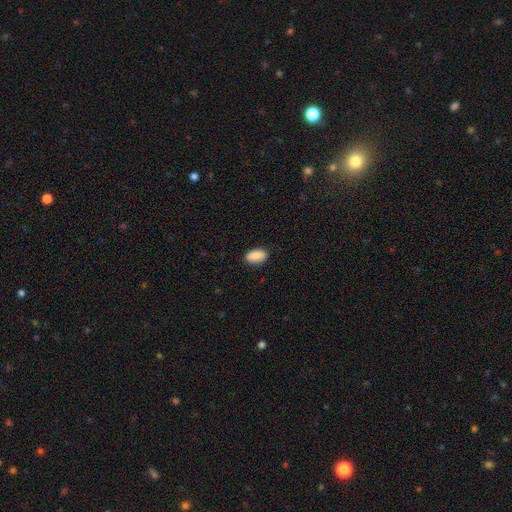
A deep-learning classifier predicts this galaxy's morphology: The model was most divided on "merging": none: 87%, minor disturbance: 10%, major disturbance: 2%, merger: 1%. More confident: how rounded — in between (93%); smooth or featured — smooth (89%).